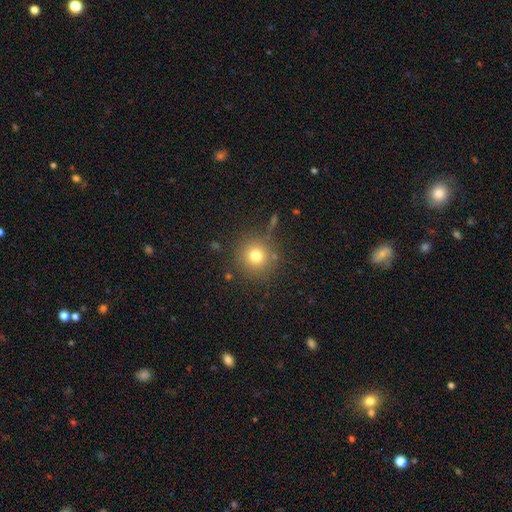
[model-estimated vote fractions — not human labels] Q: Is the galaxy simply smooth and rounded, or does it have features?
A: smooth — 75%.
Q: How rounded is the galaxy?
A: round — 94%.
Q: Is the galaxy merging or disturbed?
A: none — 84%.